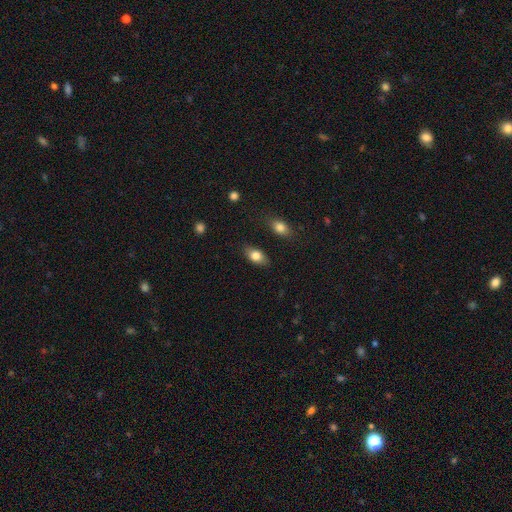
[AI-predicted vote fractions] Smooth or featured? Predicted: smooth (p=0.80). How rounded? Predicted: in between (p=0.88). Merging? Predicted: none (p=0.82).